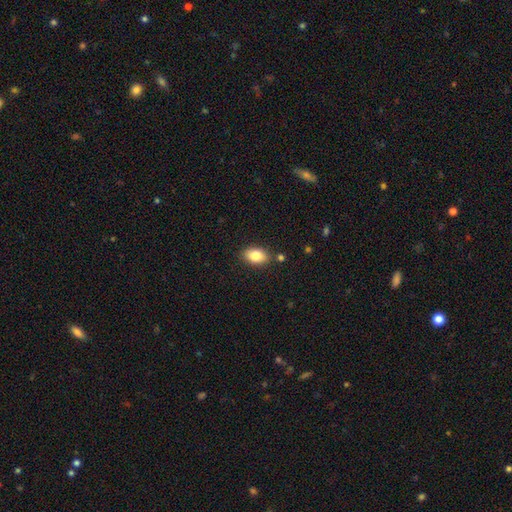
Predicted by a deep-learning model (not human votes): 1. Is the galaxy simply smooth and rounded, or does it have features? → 83% smooth, 9% featured or disk, 8% star or artifact.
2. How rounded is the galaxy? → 87% in between, 11% round, 2% cigar-shaped.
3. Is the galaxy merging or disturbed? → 83% none, 11% minor disturbance, 4% merger, 2% major disturbance.